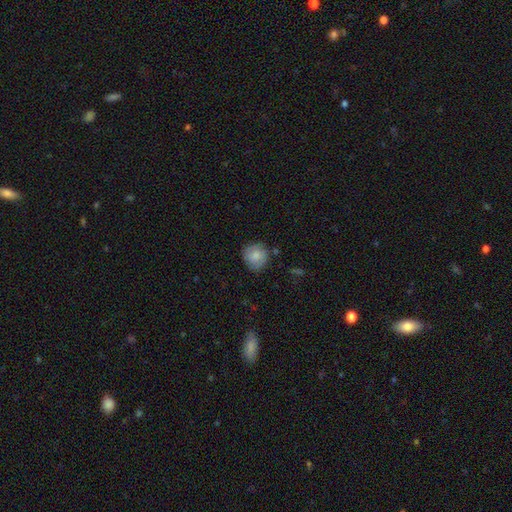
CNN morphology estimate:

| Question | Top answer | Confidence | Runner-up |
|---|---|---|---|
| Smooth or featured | smooth | 79% | featured or disk (14%) |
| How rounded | round | 89% | in between (10%) |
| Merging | none | 77% | minor disturbance (17%) |